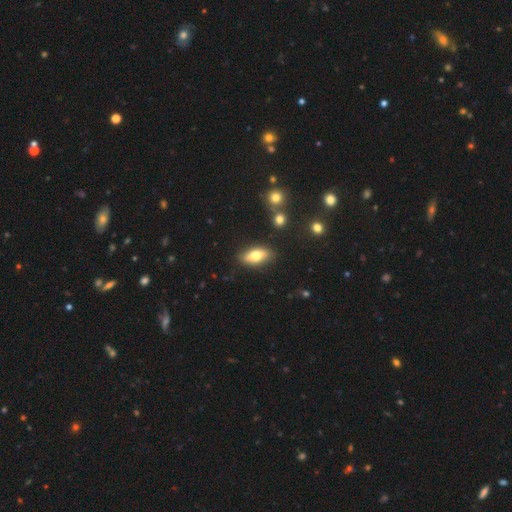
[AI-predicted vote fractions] Smooth or featured? Predicted: smooth (p=0.68). How rounded? Predicted: in between (p=0.81). Merging? Predicted: none (p=0.84).